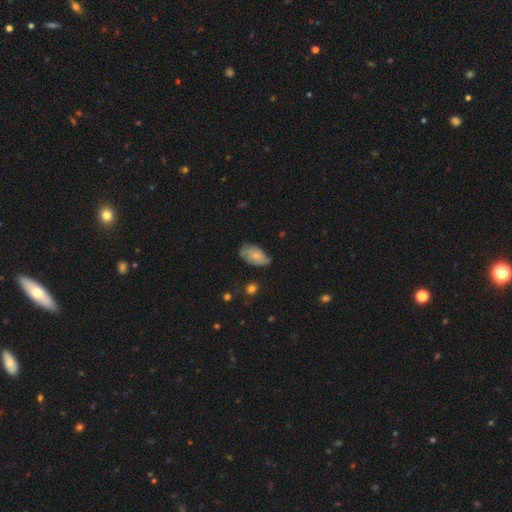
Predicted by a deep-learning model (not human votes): A smooth galaxy with no disk features (55%) that is in between round and cigar-shaped (92%).

Vote fractions:
- Smooth or featured? smooth: 55% / featured or disk: 38% / star or artifact: 7%
- How rounded? in between: 92% / round: 5% / cigar-shaped: 2%
- Merging? none: 57% / minor disturbance: 34% / major disturbance: 8% / merger: 2%